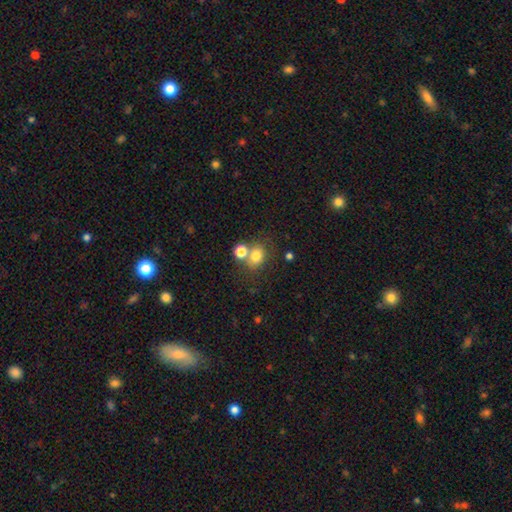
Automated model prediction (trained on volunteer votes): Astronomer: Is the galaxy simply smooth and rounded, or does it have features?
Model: smooth — 76%.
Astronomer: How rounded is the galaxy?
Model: round — 60% (runner-up: in between, 39%).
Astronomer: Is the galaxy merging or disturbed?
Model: none — 56%.